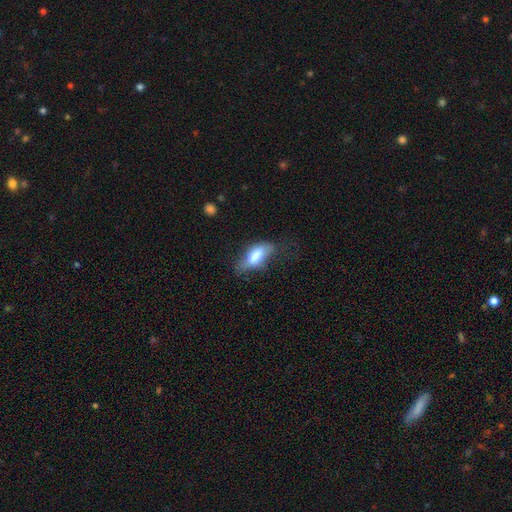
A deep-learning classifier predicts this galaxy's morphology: This appears to be a smooth galaxy with no disk features (73%) that is in between round and cigar-shaped (80%). Merging: none (40%).